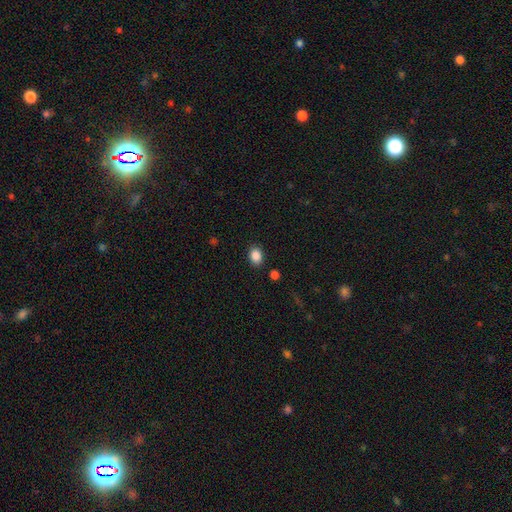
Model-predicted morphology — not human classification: Smooth or featured: smooth — 88% (star or artifact — 9%)
How rounded: in between — 67% (round — 32%)
Merging: none — 86% (minor disturbance — 9%)